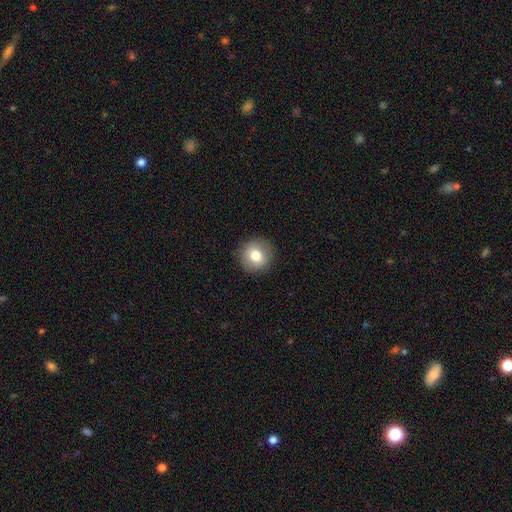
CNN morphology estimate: This appears to be a smooth galaxy with no disk features (76%) that is round (93%). Merging: none (91%).